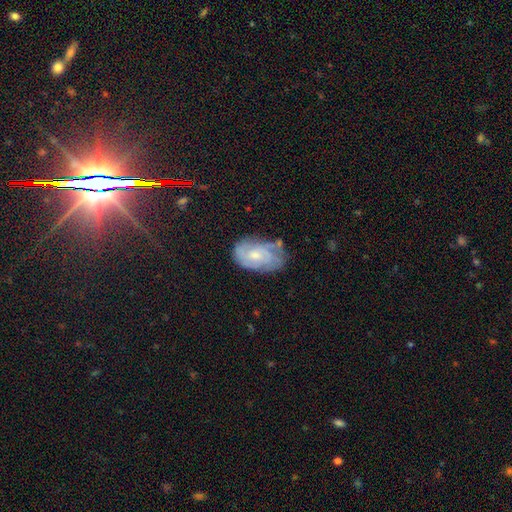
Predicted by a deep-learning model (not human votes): This is likely a featured or disk galaxy (63%). It is clearly not viewed edge-on (96%). Bar: likely no (70%). Spiral arm pattern: clearly yes (83%). Spiral arm count: marginally can't tell (44%). Spiral winding: possibly tight (53%). Central bulge: possibly small (48%). Merging: possibly none (60%).